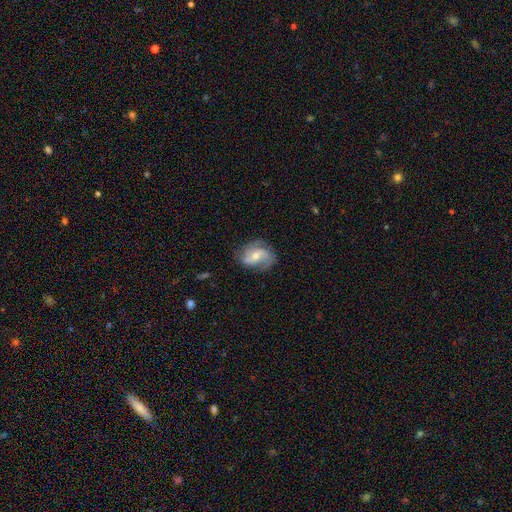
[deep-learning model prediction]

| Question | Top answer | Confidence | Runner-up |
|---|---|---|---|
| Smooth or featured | featured or disk | 75% | smooth (18%) |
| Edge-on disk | no | 97% | yes (3%) |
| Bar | no | 48% | weak (39%) |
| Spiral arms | yes | 93% | no (7%) |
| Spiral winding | medium | 45% | tight (29%) |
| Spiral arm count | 2 | 48% | 3 (26%) |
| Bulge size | moderate | 55% | small (40%) |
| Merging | none | 69% | minor disturbance (21%) |